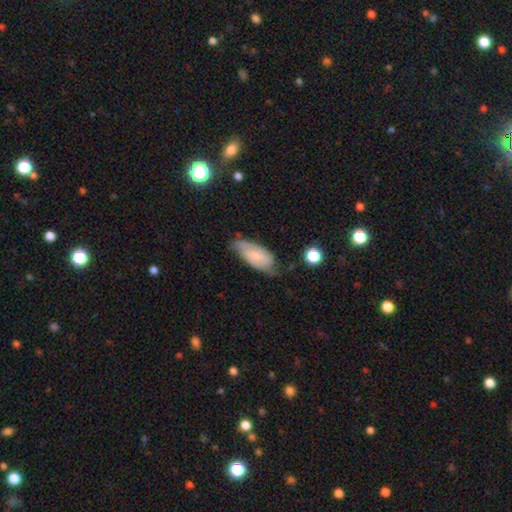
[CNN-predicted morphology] Smooth or featured? Predicted: smooth (p=0.55). How rounded? Predicted: in between (p=0.86). Merging? Predicted: none (p=0.51).